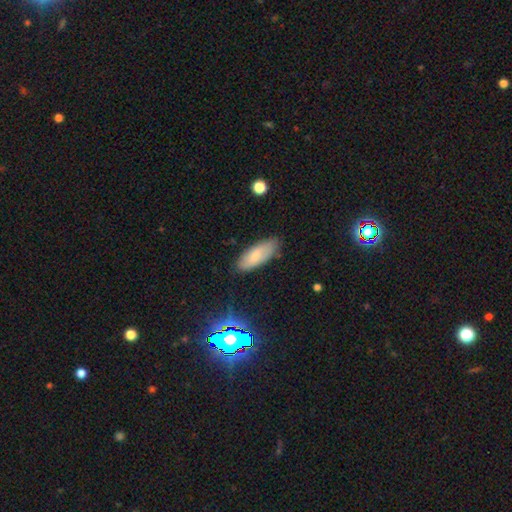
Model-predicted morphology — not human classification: smooth_or_featured: smooth (p=0.77) [alt: featured or disk p=0.15]
how_rounded: in between (p=0.76) [alt: cigar-shaped p=0.22]
merging: none (p=0.81) [alt: minor disturbance p=0.15]